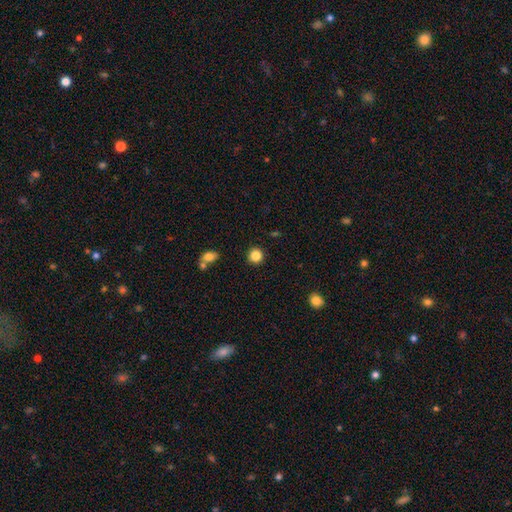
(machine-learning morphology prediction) Smooth or featured? Predicted: smooth (p=0.85). How rounded? Predicted: round (p=0.93). Merging? Predicted: none (p=0.91).